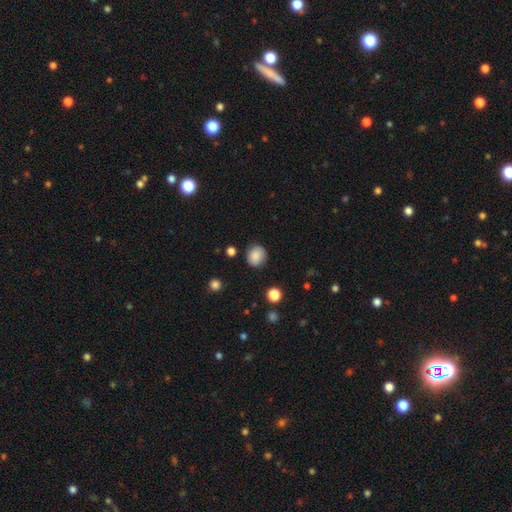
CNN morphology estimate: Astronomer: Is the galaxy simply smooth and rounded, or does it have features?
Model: smooth — 85%.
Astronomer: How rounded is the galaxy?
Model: round — 84%.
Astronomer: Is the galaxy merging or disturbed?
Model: none — 83%.